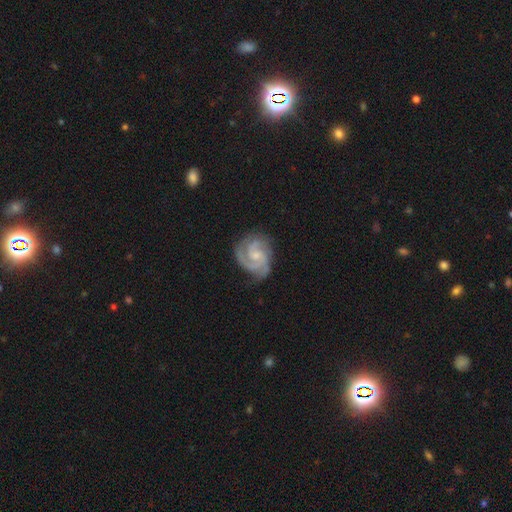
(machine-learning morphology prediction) The model was most divided on "spiral winding": tight: 52%, medium: 43%, loose: 5%. More confident: spiral arms — yes (99%); edge-on disk — no (98%); smooth or featured — featured or disk (92%); merging — none (75%); bulge size — small (61%); bar — no (58%); spiral arm count — 3 (52%).